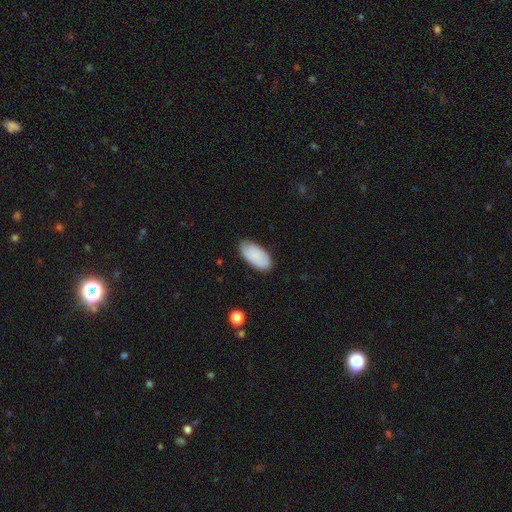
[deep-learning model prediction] Smooth or featured? smooth (85%)
How rounded? in between (94%)
Merging? none (79%)